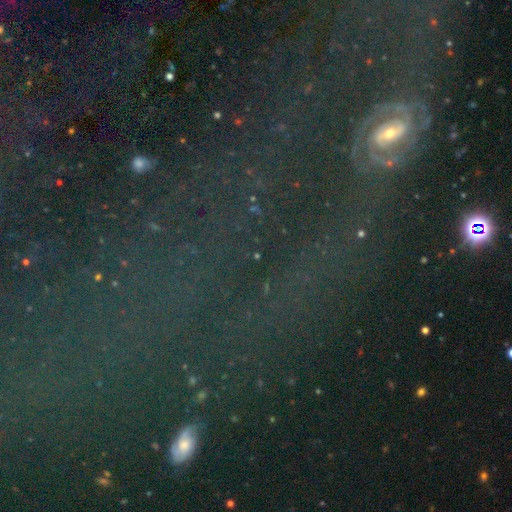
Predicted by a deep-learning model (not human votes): Morphology: type=star or artifact (65%).